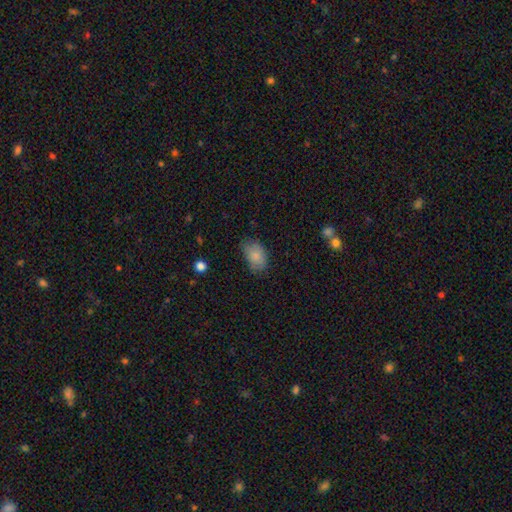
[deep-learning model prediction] This is clearly a smooth galaxy (85%). How rounded: clearly in between (87%). Merging: likely none (69%).